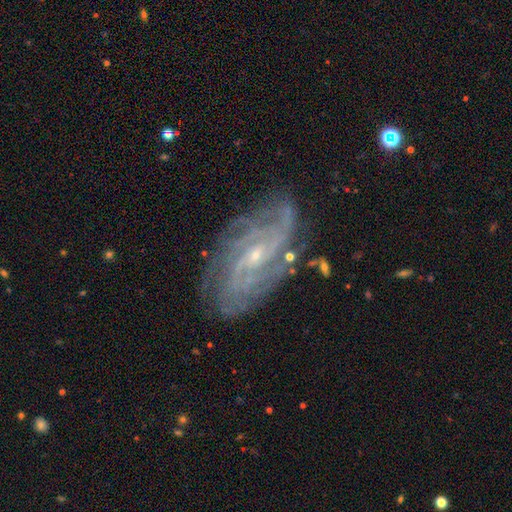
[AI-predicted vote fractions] A featured or disk galaxy (88%) with no bar (44%), tight (59%) spiral arms (97%) and a small central bulge (79%).

Vote fractions:
- Smooth or featured? featured or disk: 88% / star or artifact: 7% / smooth: 6%
- Edge-on disk? no: 95% / yes: 5%
- Bar? no: 44% / weak: 41% / strong: 15%
- Spiral arms? yes: 97% / no: 3%
- Spiral winding? tight: 59% / medium: 33% / loose: 8%
- Spiral arm count? can't tell: 28% / 4: 21% / 3: 17% / 2: 16% / more than 4: 11% / 1: 8%
- Bulge size? small: 79% / moderate: 17% / none: 2% / large: 1% / dominant: 1%
- Merging? none: 77% / minor disturbance: 16% / major disturbance: 5% / merger: 2%